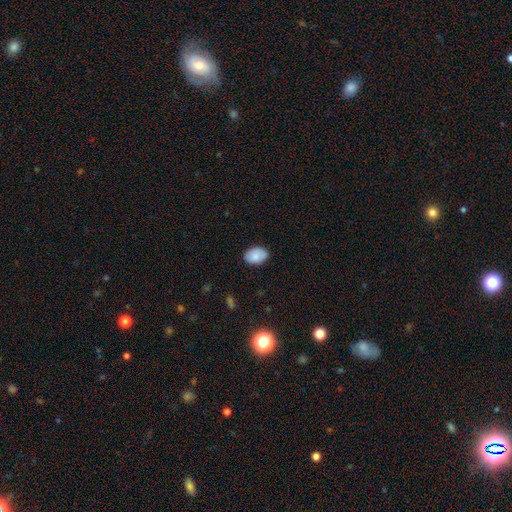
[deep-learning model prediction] Overall: smooth (85%). How rounded: in between (86%). Merging: none (83%).